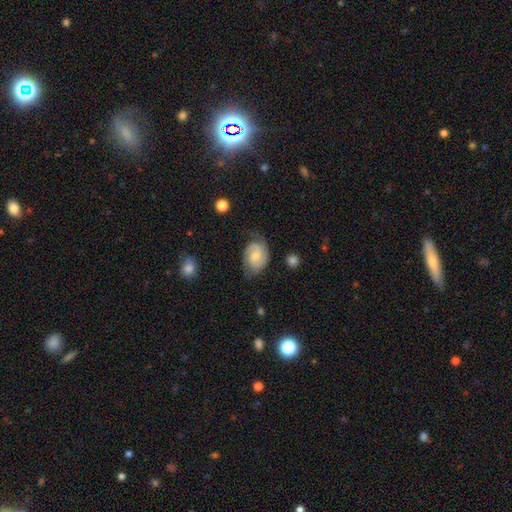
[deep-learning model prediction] Q: Smooth or featured?
A: featured or disk (71%); runner-up: smooth (22%)
Q: Edge-on disk?
A: no (97%); runner-up: yes (3%)
Q: Bar?
A: no (58%); runner-up: weak (37%)
Q: Spiral arms?
A: yes (94%); runner-up: no (6%)
Q: Spiral winding?
A: medium (44%); runner-up: tight (41%)
Q: Spiral arm count?
A: 2 (75%); runner-up: can't tell (11%)
Q: Bulge size?
A: small (52%); runner-up: moderate (38%)
Q: Merging?
A: none (64%); runner-up: minor disturbance (25%)